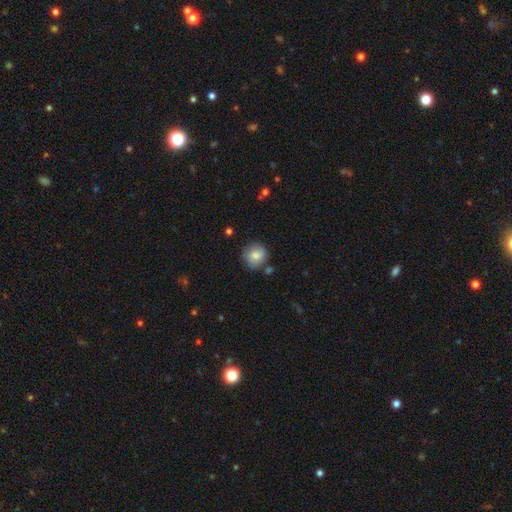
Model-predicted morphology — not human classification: The model was most divided on "merging": none: 79%, minor disturbance: 13%, merger: 5%, major disturbance: 3%. More confident: how rounded — round (90%); smooth or featured — smooth (82%).